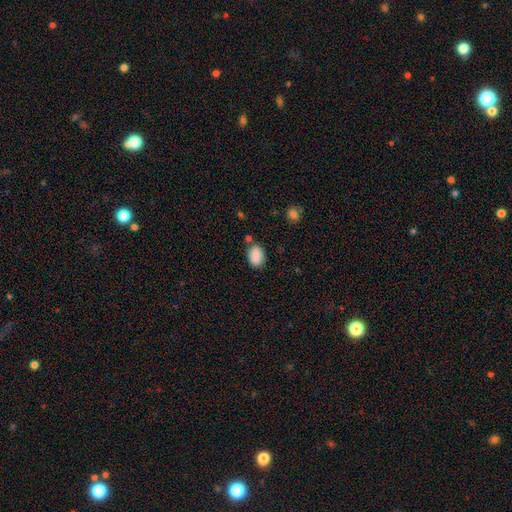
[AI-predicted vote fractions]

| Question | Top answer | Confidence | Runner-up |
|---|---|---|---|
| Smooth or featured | smooth | 86% | star or artifact (8%) |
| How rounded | in between | 82% | round (17%) |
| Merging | none | 72% | minor disturbance (16%) |